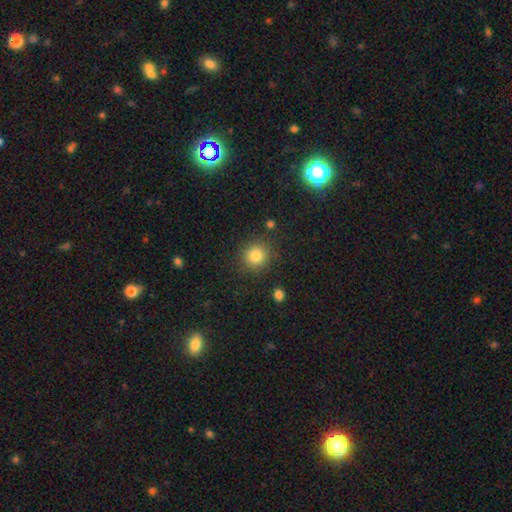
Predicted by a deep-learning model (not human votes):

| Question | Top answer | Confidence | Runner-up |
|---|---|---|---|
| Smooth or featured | smooth | 83% | star or artifact (12%) |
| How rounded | round | 89% | in between (10%) |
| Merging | none | 87% | minor disturbance (8%) |